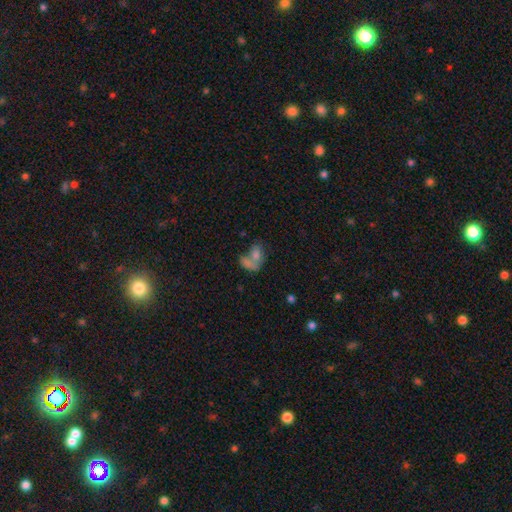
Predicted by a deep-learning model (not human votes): Smooth or featured: smooth — 69% (featured or disk — 20%)
How rounded: in between — 80% (round — 18%)
Merging: merger — 58% (none — 21%)